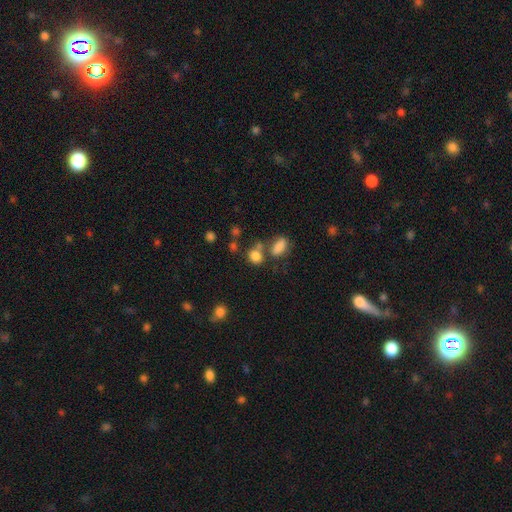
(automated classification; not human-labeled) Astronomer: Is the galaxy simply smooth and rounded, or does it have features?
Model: smooth — 81%.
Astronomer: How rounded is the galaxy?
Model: round — 55% (runner-up: in between, 43%).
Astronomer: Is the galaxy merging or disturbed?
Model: none — 50% (runner-up: merger, 32%).